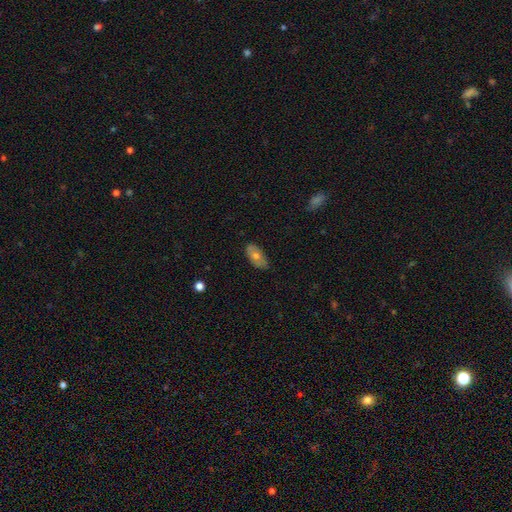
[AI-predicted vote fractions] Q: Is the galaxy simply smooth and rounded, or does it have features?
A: smooth — 56%.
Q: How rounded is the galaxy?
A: in between — 91%.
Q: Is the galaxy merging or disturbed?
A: none — 80%.